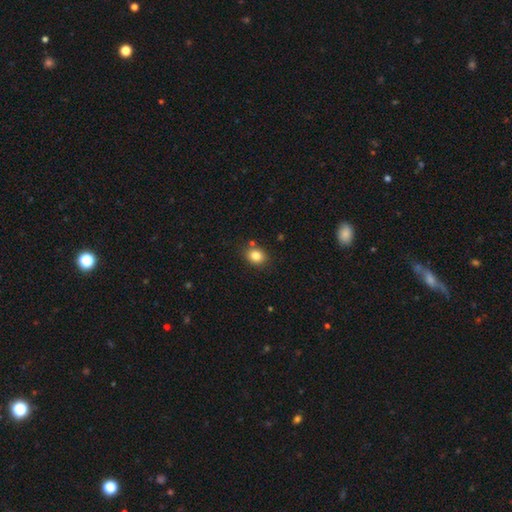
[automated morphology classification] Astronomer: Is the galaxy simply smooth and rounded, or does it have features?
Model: smooth — 83%.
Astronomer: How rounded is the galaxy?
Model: round — 56% (runner-up: in between, 43%).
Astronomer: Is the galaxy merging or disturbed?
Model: none — 81%.